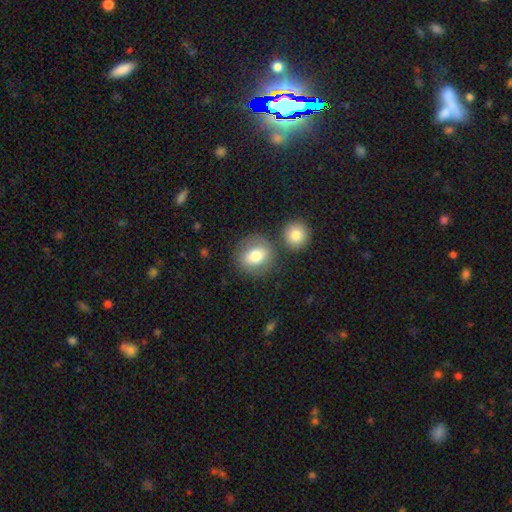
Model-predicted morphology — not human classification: smooth-or-featured: smooth: 75% | featured or disk: 17% | star or artifact: 8%
  how-rounded: round: 70% | in between: 29% | cigar-shaped: 1%
  merging: none: 66% | merger: 16% | minor disturbance: 12% | major disturbance: 5%